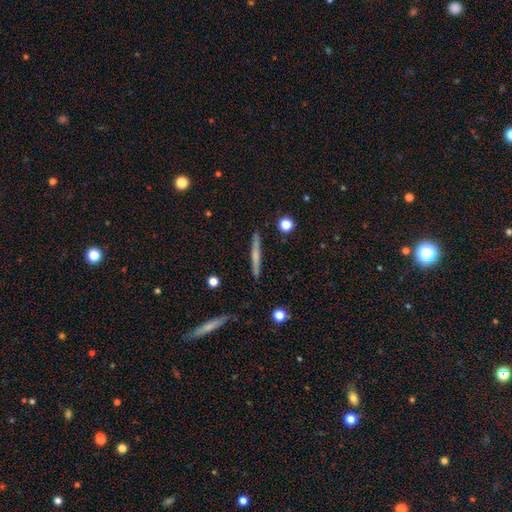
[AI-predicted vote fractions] Smooth or featured? Predicted: smooth (p=0.51). How rounded? Predicted: cigar-shaped (p=0.95). Merging? Predicted: none (p=0.89).